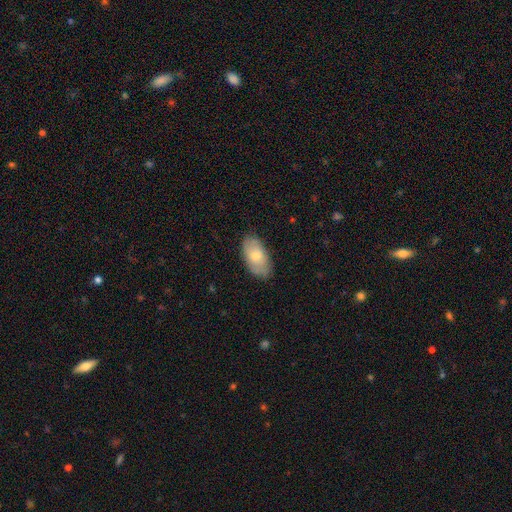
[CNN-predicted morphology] Smooth or featured? Predicted: smooth (p=0.68). How rounded? Predicted: in between (p=0.93). Merging? Predicted: none (p=0.81).